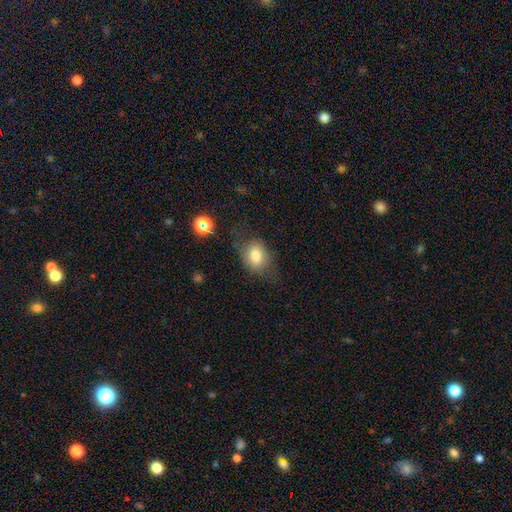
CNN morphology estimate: type=smooth (74%); roundness=in between (58%); merging=none (59%).